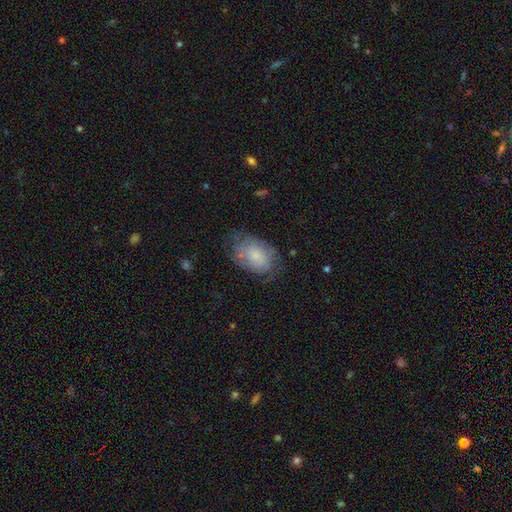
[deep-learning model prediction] Smooth or featured? Predicted: smooth (p=0.63). How rounded? Predicted: in between (p=0.85). Merging? Predicted: none (p=0.56).